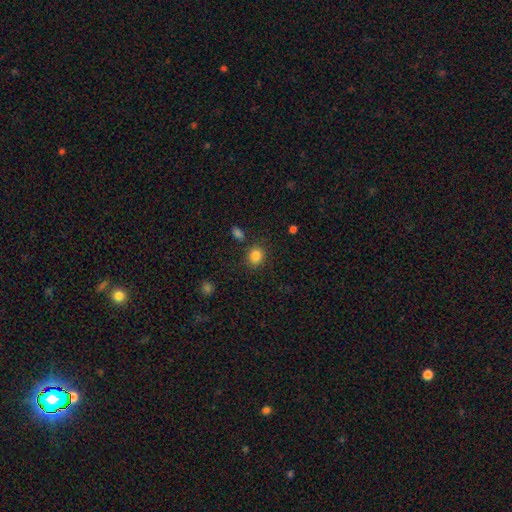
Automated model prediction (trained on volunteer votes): This is clearly a smooth galaxy (84%). How rounded: likely round (68%). Merging: clearly none (81%).